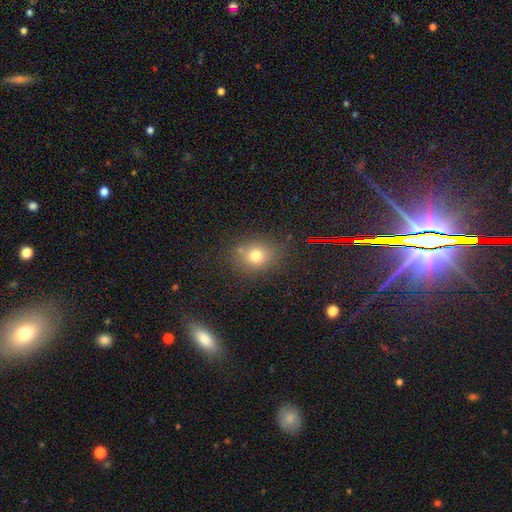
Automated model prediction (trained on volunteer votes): A smooth galaxy with no disk features (73%) that is round (64%).

Vote fractions:
- Smooth or featured? smooth: 73% / star or artifact: 17% / featured or disk: 10%
- How rounded? round: 64% / in between: 35% / cigar-shaped: 1%
- Merging? none: 78% / minor disturbance: 13% / merger: 5% / major disturbance: 4%